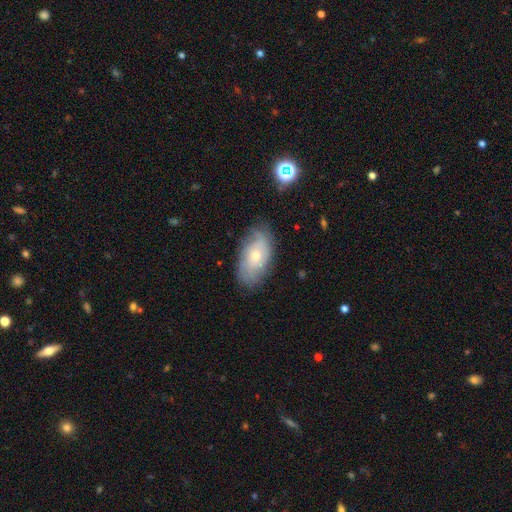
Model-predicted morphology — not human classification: featured or disk 54%, smooth 38%, star or artifact 8%. Down the decision tree: edge-on disk — no (91%); merging — none (74%).